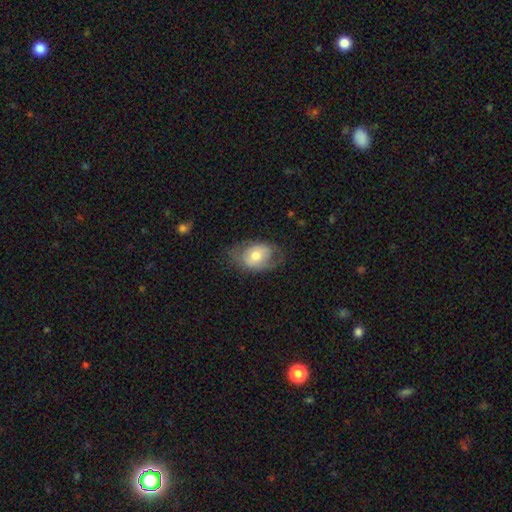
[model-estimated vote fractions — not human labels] smooth-or-featured: smooth: 61% | featured or disk: 32% | star or artifact: 7%
  how-rounded: in between: 76% | round: 23% | cigar-shaped: 1%
  merging: none: 59% | minor disturbance: 26% | major disturbance: 14% | merger: 1%